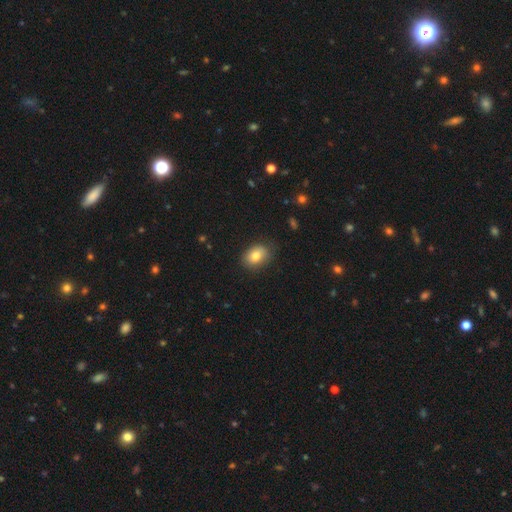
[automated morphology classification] The model was most divided on "how rounded": in between: 73%, round: 26%, cigar-shaped: 1%. More confident: smooth or featured — smooth (81%); merging — none (79%).